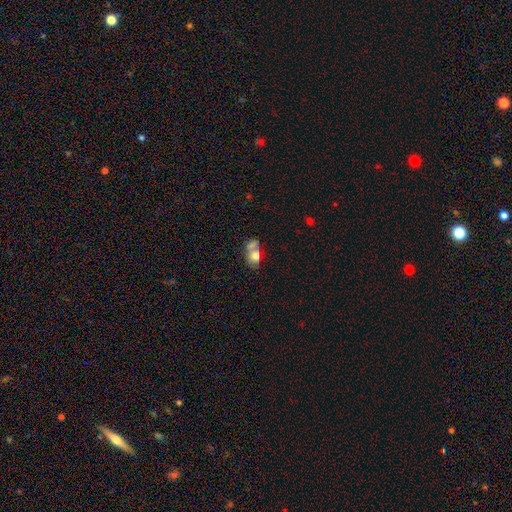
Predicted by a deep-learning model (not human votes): Overall: smooth (68%). How rounded: in between (66%; round 32%). Merging: merger (52%; none 27%).